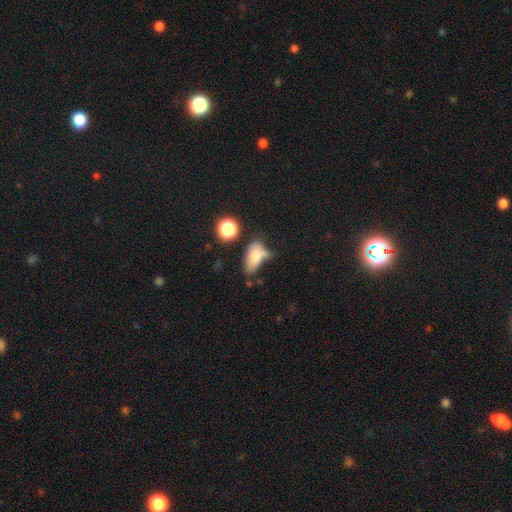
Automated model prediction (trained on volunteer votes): Morphology: type=smooth (74%); roundness=in between (86%); merging=none (35%).